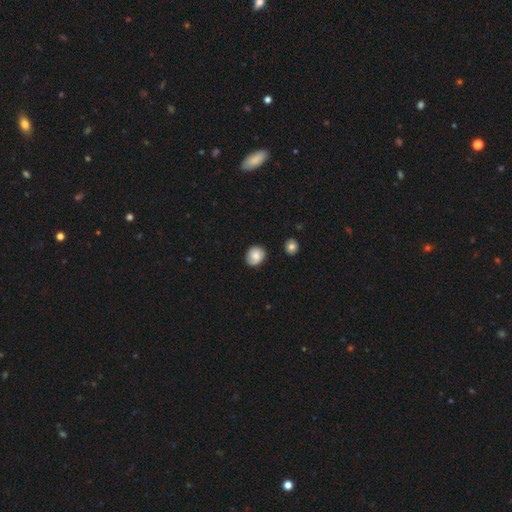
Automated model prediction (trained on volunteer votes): The model was most divided on "how rounded": round: 71%, in between: 28%, cigar-shaped: 1%. More confident: merging — none (78%); smooth or featured — smooth (70%).